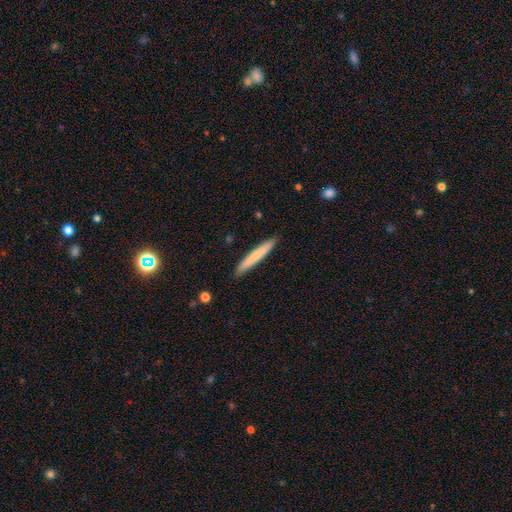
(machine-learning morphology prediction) Smooth or featured? Predicted: smooth (p=0.73). How rounded? Predicted: cigar-shaped (p=0.96). Merging? Predicted: none (p=0.90).